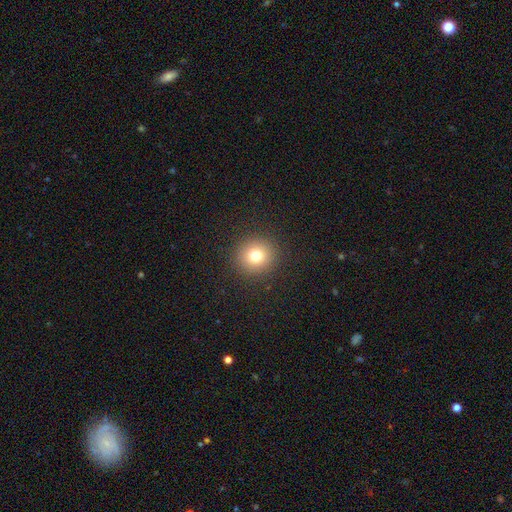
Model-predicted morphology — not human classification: smooth-or-featured: smooth: 77% | star or artifact: 14% | featured or disk: 9%
  how-rounded: round: 91% | in between: 8% | cigar-shaped: 1%
  merging: none: 91% | minor disturbance: 5% | major disturbance: 3% | merger: 1%